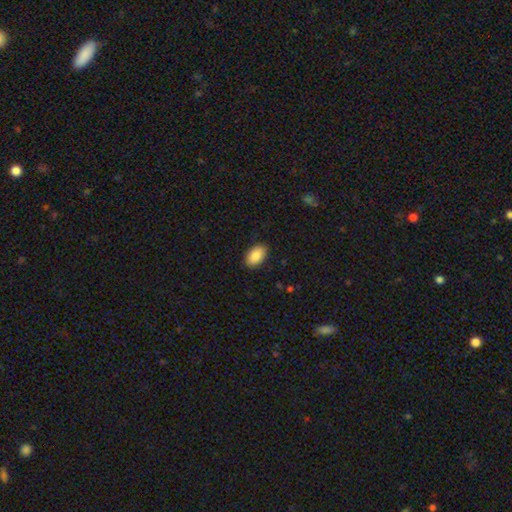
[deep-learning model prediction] Overall: smooth (88%). How rounded: in between (93%). Merging: none (88%).